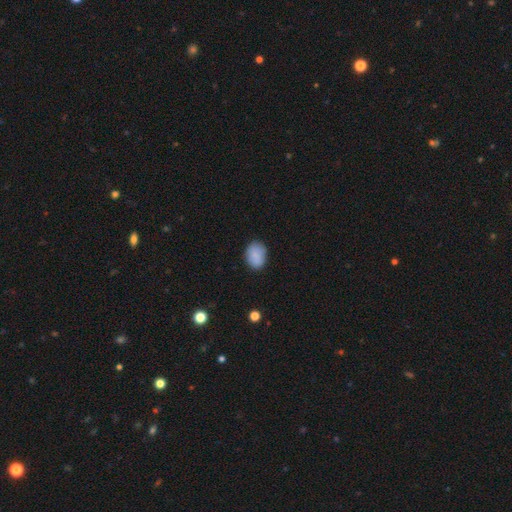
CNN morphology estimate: Smooth or featured: smooth — 84% (featured or disk — 8%)
How rounded: in between — 69% (round — 30%)
Merging: none — 82% (minor disturbance — 14%)